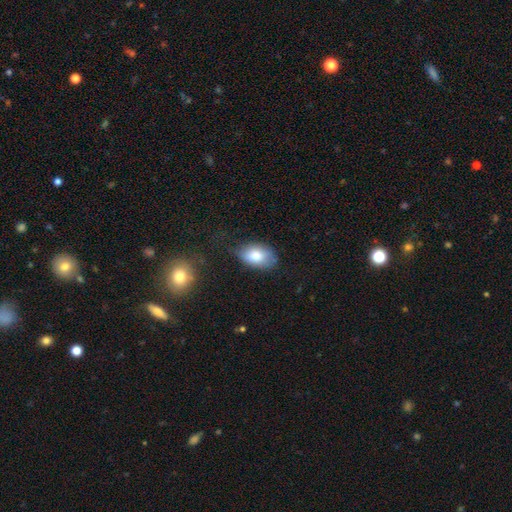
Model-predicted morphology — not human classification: A smooth galaxy with no disk features (79%) that is in between round and cigar-shaped (88%).

Vote fractions:
- Smooth or featured? smooth: 79% / featured or disk: 13% / star or artifact: 8%
- How rounded? in between: 88% / round: 11% / cigar-shaped: 1%
- Merging? none: 62% / minor disturbance: 28% / major disturbance: 8% / merger: 2%